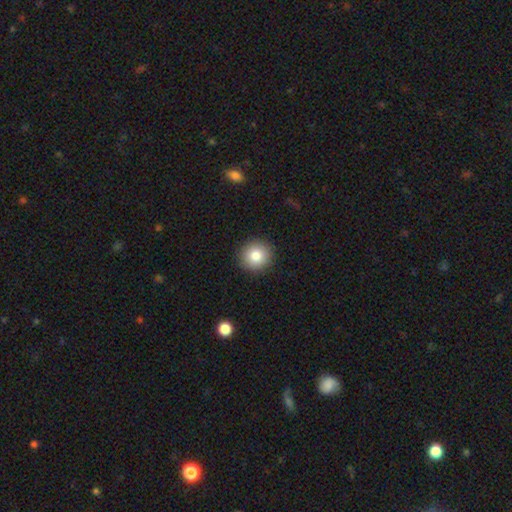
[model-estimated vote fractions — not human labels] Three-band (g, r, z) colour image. It shows a smooth galaxy with no disk features (83%) that is round (91%). Merging: none (92%).